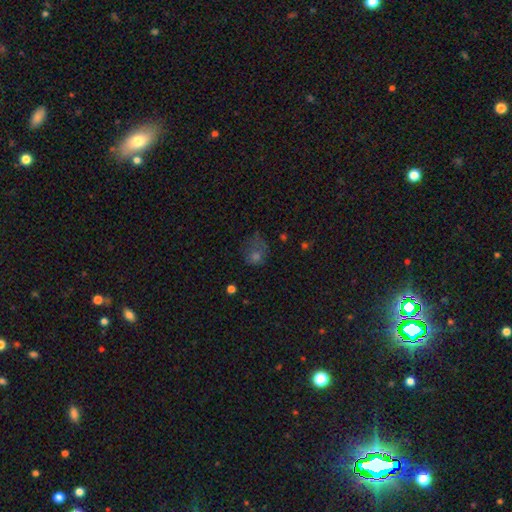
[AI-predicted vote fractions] smooth 52%, star or artifact 28%, featured or disk 21%. Down the decision tree: how rounded — round (66%); merging — none (39%).